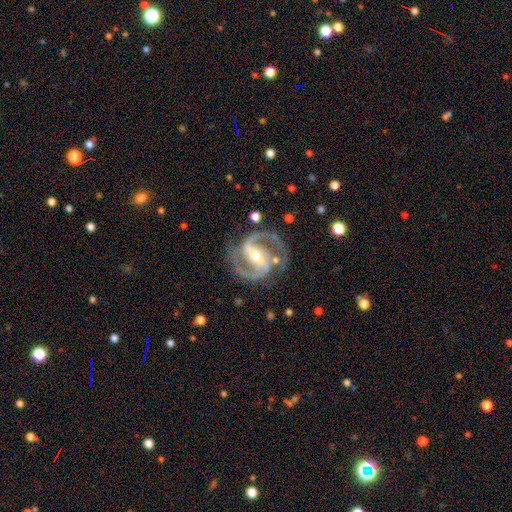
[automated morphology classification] smooth-or-featured: featured or disk: 93% | star or artifact: 4% | smooth: 3%
  disk-edge-on: no: 98% | yes: 2%
    bar: strong: 61% | weak: 28% | no: 11%
    has-spiral-arms: yes: 98% | no: 2%
      spiral-winding: medium: 67% | tight: 23% | loose: 10%
      spiral-arm-count: 2: 93% | 3: 2% | can't tell: 1% | 1: 1% | 4: 1% | more than 4: 1%
    bulge-size: moderate: 61% | small: 34% | large: 3% | none: 1% | dominant: 1%
  merging: none: 82% | minor disturbance: 12% | major disturbance: 4% | merger: 2%